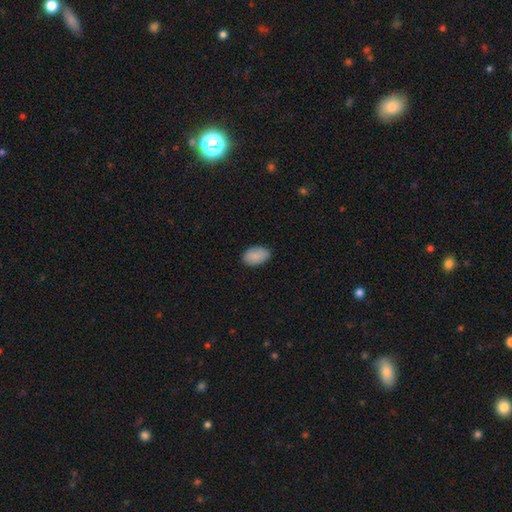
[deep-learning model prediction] This is clearly a smooth galaxy (88%). How rounded: clearly in between (91%). Merging: clearly none (83%).